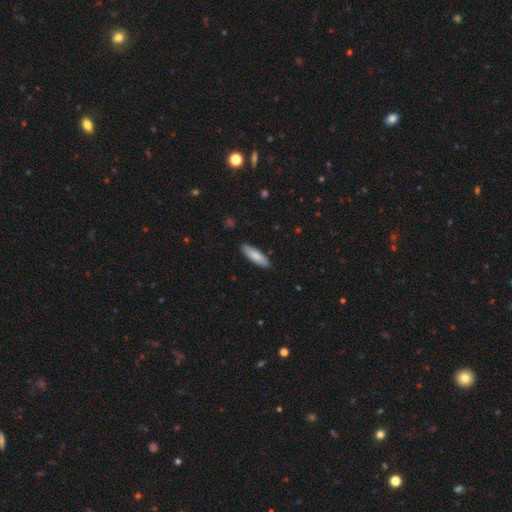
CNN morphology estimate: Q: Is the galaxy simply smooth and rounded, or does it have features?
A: smooth — 83%.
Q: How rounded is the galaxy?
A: cigar-shaped — 55%.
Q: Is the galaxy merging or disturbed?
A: none — 88%.